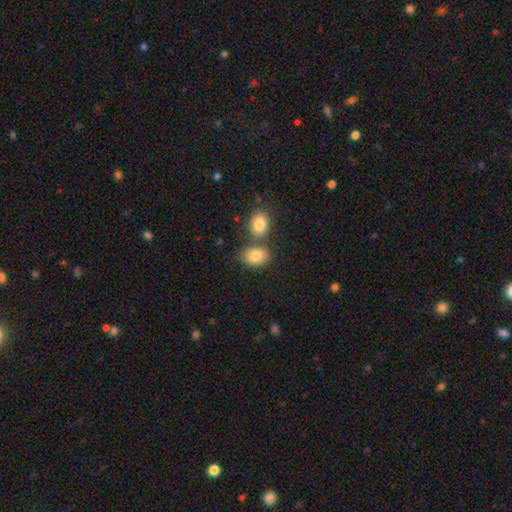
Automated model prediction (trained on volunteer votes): smooth 82%, featured or disk 9%, star or artifact 9%. Down the decision tree: how rounded — in between (71%); merging — none (56%).